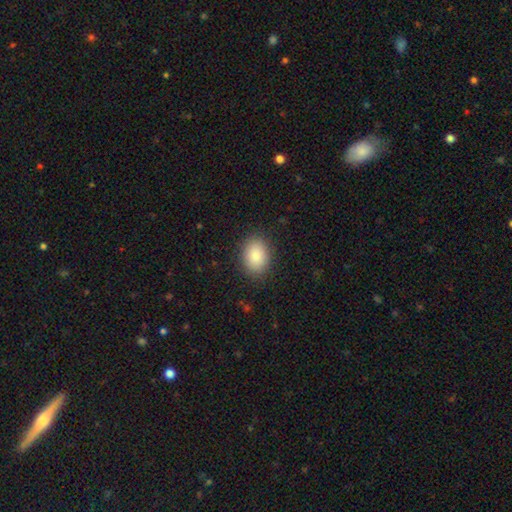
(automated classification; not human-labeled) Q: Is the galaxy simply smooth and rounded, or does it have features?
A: smooth — 87%.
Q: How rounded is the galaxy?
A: in between — 73%.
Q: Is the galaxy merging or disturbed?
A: none — 87%.